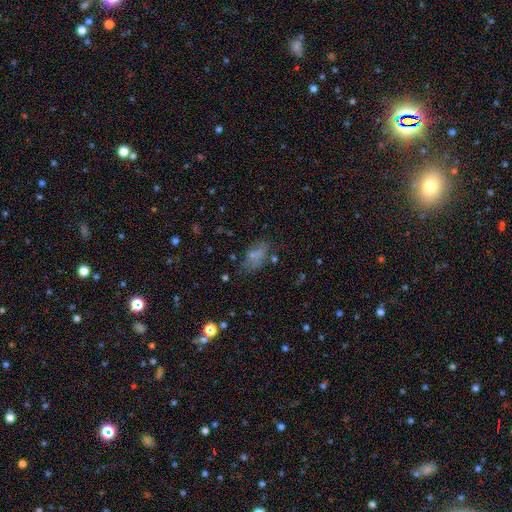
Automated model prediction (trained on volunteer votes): Smooth or featured: smooth — 63% (featured or disk — 21%)
How rounded: in between — 86% (round — 7%)
Merging: none — 54% (minor disturbance — 23%)